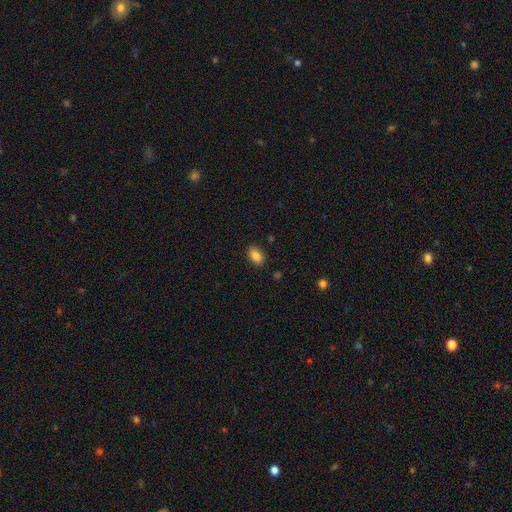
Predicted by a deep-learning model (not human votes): smooth 85%, star or artifact 9%, featured or disk 6%. Down the decision tree: how rounded — in between (88%); merging — none (87%).